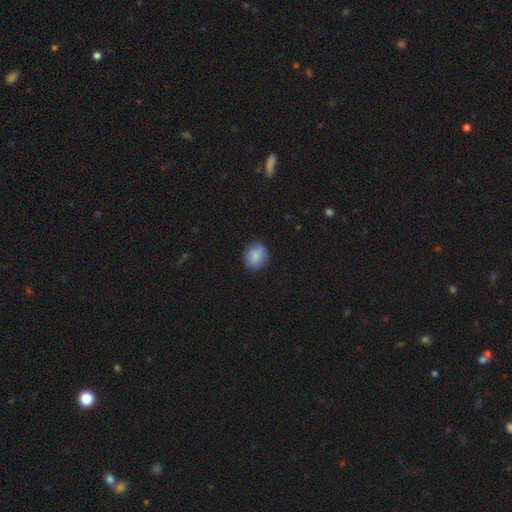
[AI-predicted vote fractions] The model was most divided on "how rounded": round: 67%, in between: 32%, cigar-shaped: 1%. More confident: smooth or featured — smooth (88%); merging — none (86%).